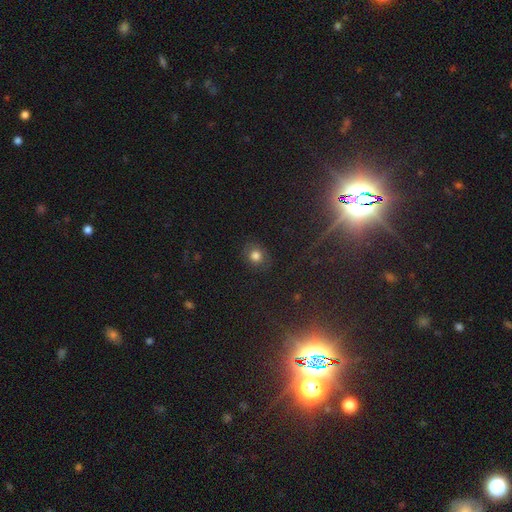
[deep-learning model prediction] Smooth or featured? Predicted: smooth (p=0.78). How rounded? Predicted: round (p=0.77). Merging? Predicted: none (p=0.85).